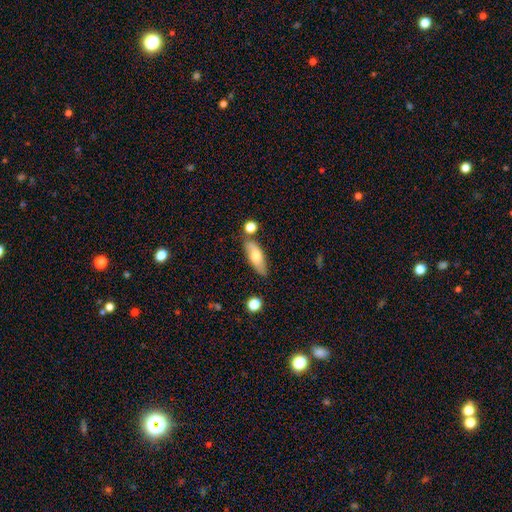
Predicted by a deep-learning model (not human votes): This appears to be a smooth galaxy with no disk features (64%) that is in between round and cigar-shaped (63%). Merging: none (70%).